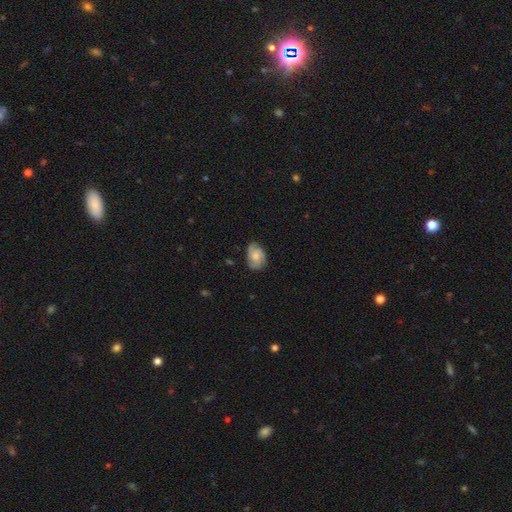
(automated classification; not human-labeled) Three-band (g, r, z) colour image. It shows a featured or disk galaxy (62%) with no bar (69%), 3 (47%) medium (43%, tied with tight) spiral arms (93%) and a moderate central bulge (46%). Merging: none (74%).